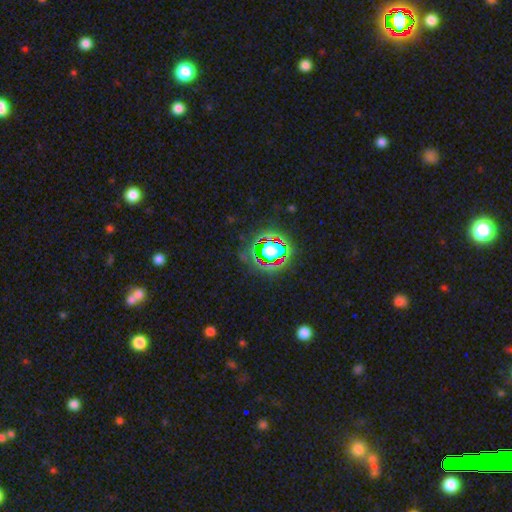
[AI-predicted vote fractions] The model was most divided on "smooth or featured": star or artifact: 79%, smooth: 13%, featured or disk: 8%.